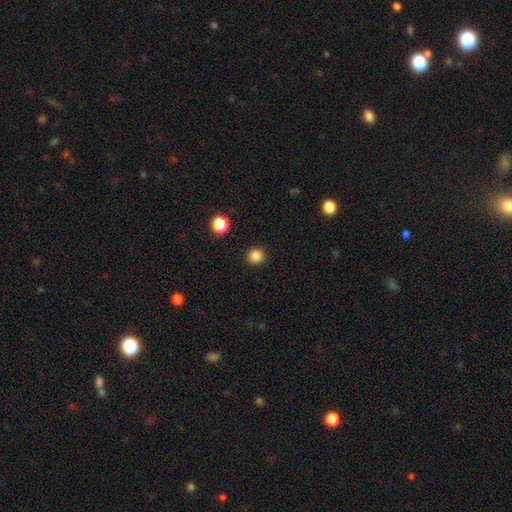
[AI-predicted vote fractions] Q: Smooth or featured?
A: smooth (85%); runner-up: star or artifact (12%)
Q: How rounded?
A: round (92%); runner-up: in between (7%)
Q: Merging?
A: none (91%); runner-up: minor disturbance (5%)